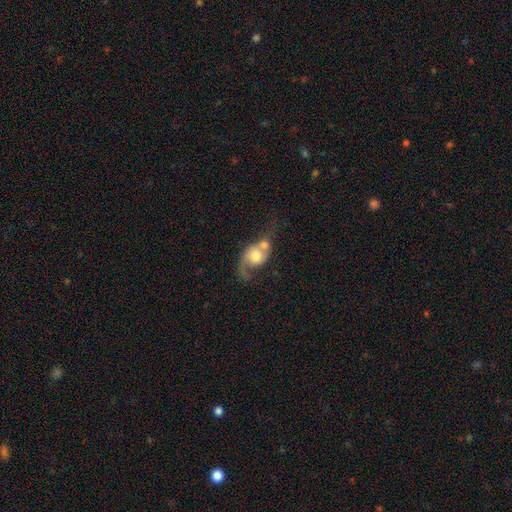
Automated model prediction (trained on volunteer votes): The model was most divided on "smooth or featured": featured or disk: 52%, smooth: 41%, star or artifact: 7%. More confident: edge-on disk — no (95%); merging — merger (59%).